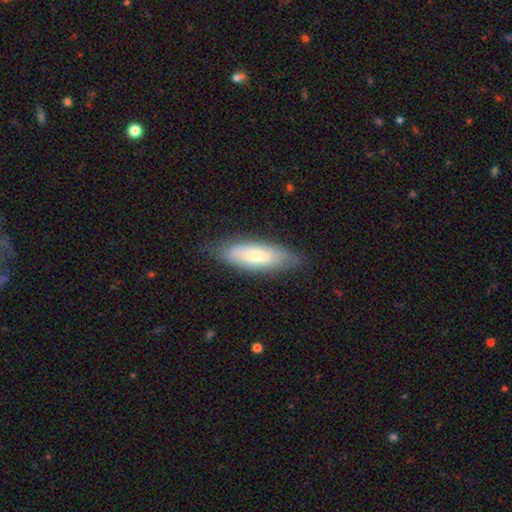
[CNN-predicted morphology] Q: Smooth or featured?
A: smooth (63%); runner-up: featured or disk (31%)
Q: How rounded?
A: in between (63%); runner-up: cigar-shaped (35%)
Q: Merging?
A: none (77%); runner-up: minor disturbance (18%)